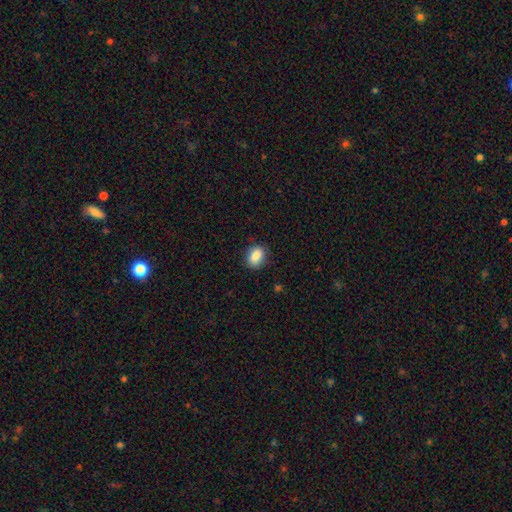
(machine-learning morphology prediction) A smooth galaxy with no disk features (87%) that is in between round and cigar-shaped (72%).

Vote fractions:
- Smooth or featured? smooth: 87% / star or artifact: 8% / featured or disk: 5%
- How rounded? in between: 72% / round: 27% / cigar-shaped: 1%
- Merging? none: 83% / minor disturbance: 13% / major disturbance: 3% / merger: 1%